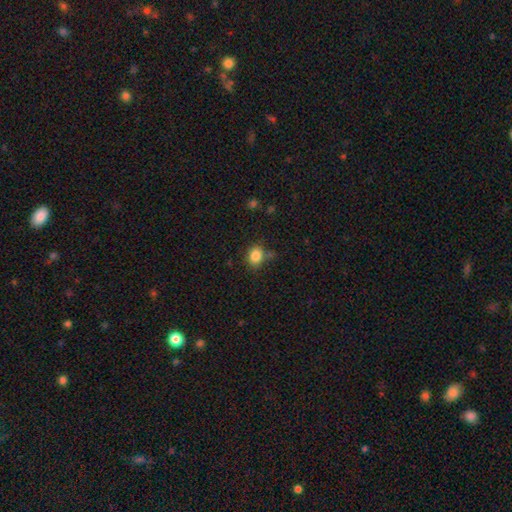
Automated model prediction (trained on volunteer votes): Smooth or featured? Predicted: smooth (p=0.85). How rounded? Predicted: round (p=0.58). Merging? Predicted: none (p=0.75).